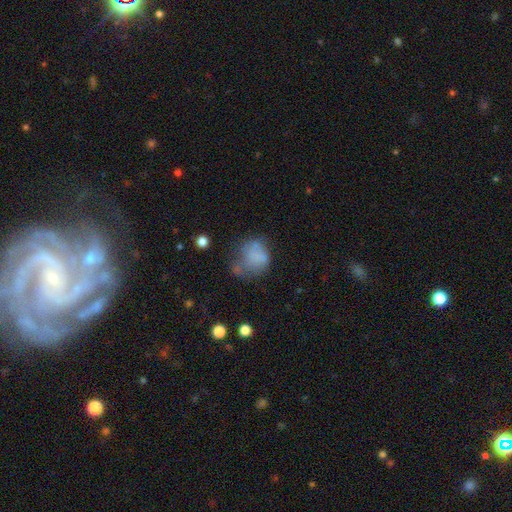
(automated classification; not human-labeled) The model was most divided on "merging" (2-way tie): major disturbance: 31%, none: 31%, minor disturbance: 28%, merger: 10%. More confident: smooth or featured — smooth (64%); how rounded — round (56%).